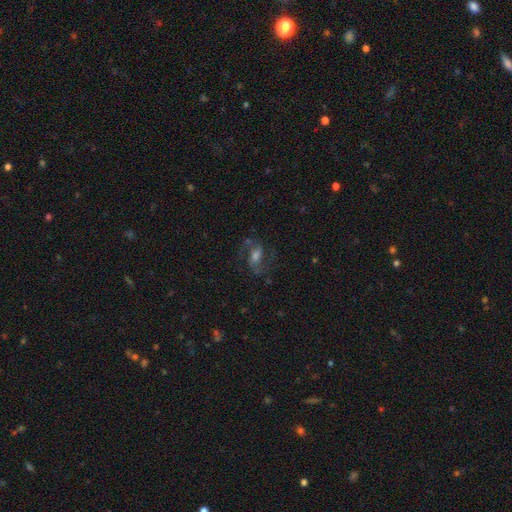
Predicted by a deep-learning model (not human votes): Smooth or featured? Predicted: featured or disk (p=0.67). Edge-on disk? Predicted: no (p=0.96). Bar? Predicted: weak (p=0.45). Spiral arms? Predicted: yes (p=0.91). Spiral winding? Predicted: medium (p=0.52). Spiral arm count? Predicted: 2 (p=0.88). Bulge size? Predicted: moderate (p=0.48). Merging? Predicted: none (p=0.68).